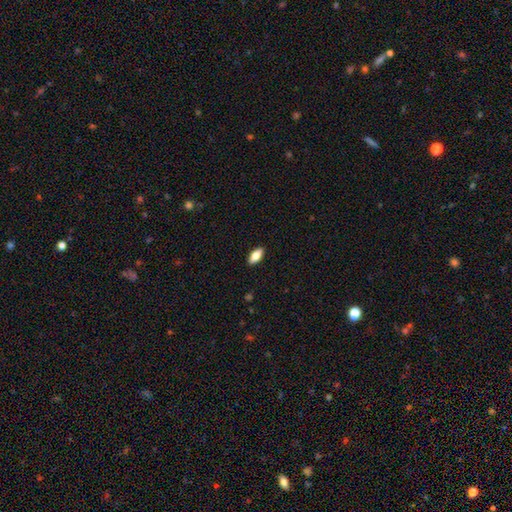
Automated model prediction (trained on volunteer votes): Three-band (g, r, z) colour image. It shows a smooth galaxy with no disk features (74%) that is in between round and cigar-shaped (84%). Merging: none (89%).